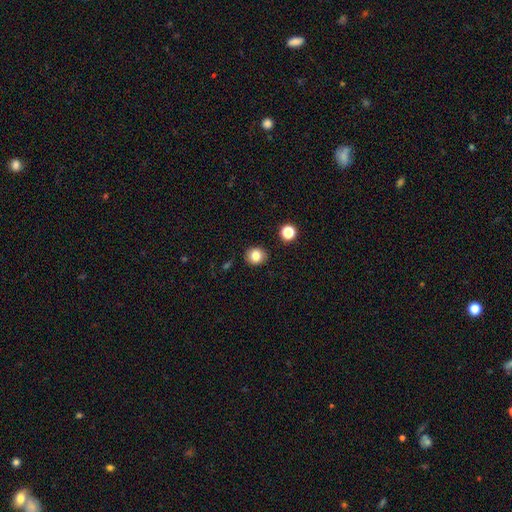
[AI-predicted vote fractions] This is clearly a smooth galaxy (81%). How rounded: clearly round (80%). Merging: clearly none (88%).